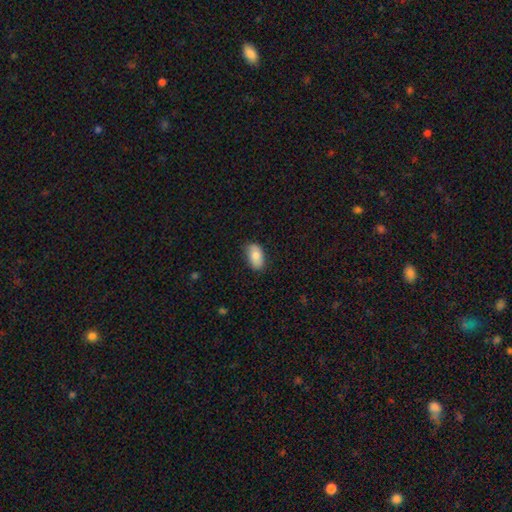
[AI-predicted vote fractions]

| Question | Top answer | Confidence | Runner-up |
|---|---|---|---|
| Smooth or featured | smooth | 82% | featured or disk (11%) |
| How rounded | in between | 93% | round (5%) |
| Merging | none | 82% | minor disturbance (14%) |